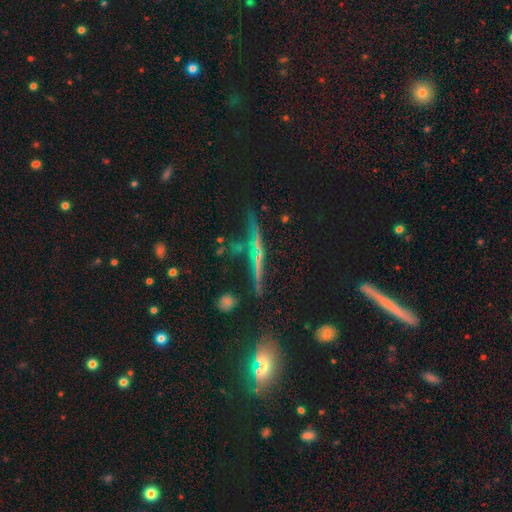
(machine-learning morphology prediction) A star or artifact, not a galaxy (45%).

Vote fractions:
- Smooth or featured? star or artifact: 45% / featured or disk: 37% / smooth: 19%